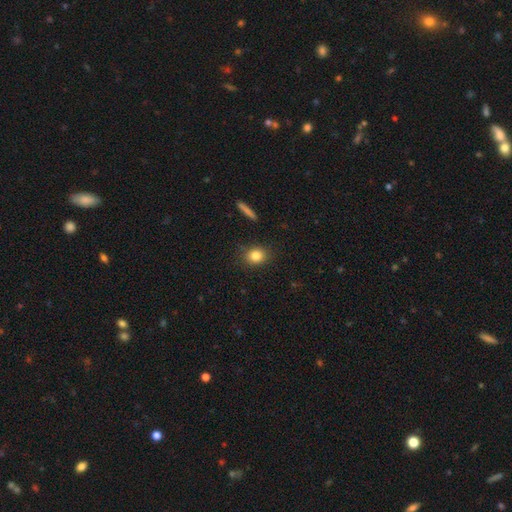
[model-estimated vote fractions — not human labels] Smooth or featured: smooth — 83% (star or artifact — 10%)
How rounded: round — 61% (in between — 37%)
Merging: none — 86% (minor disturbance — 10%)